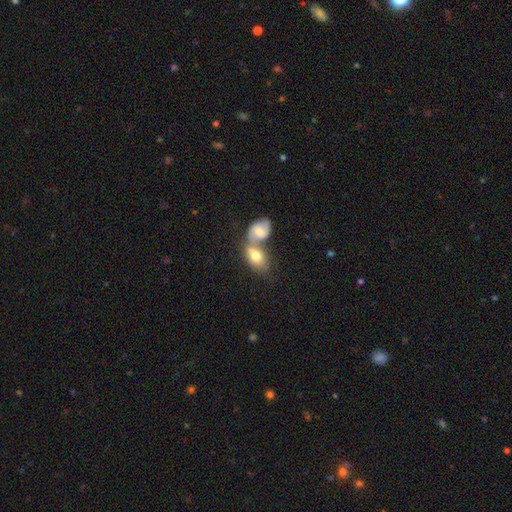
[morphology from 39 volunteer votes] A smooth galaxy with no disk features (79%) that is in between round and cigar-shaped (81%). Merging: merger (67%).